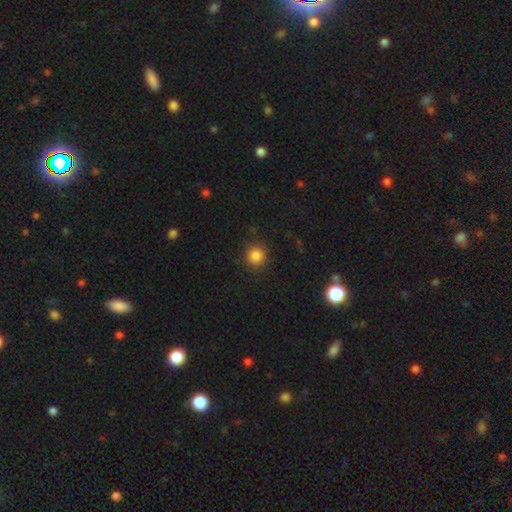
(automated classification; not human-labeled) smooth_or_featured: smooth (p=0.84) [alt: star or artifact p=0.11]
how_rounded: round (p=0.92) [alt: in between p=0.07]
merging: none (p=0.88) [alt: minor disturbance p=0.08]